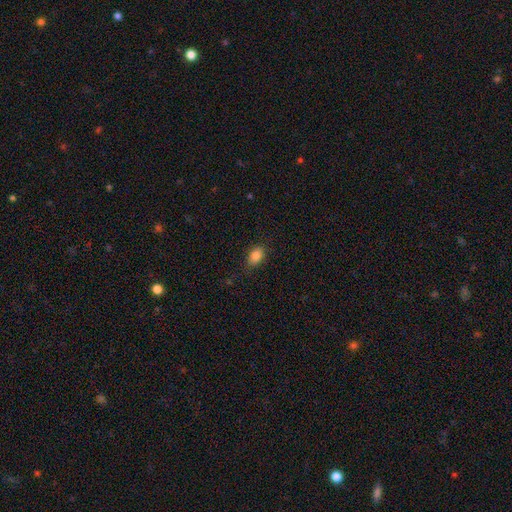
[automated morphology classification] smooth 85%, star or artifact 9%, featured or disk 6%. Down the decision tree: how rounded — in between (85%); merging — none (83%).